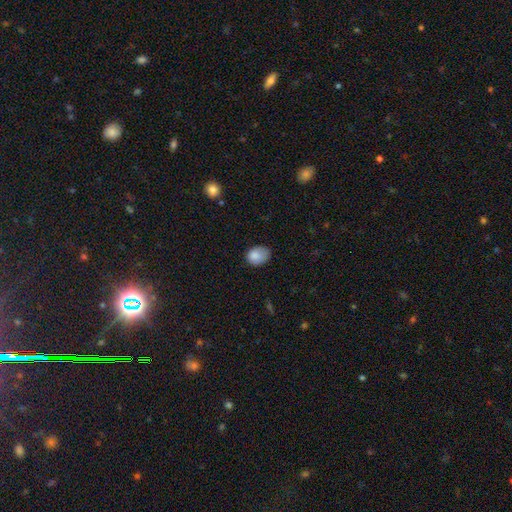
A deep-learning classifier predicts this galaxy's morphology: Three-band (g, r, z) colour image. It shows a smooth galaxy with no disk features (83%) that is in between round and cigar-shaped (67%). Merging: none (54%).